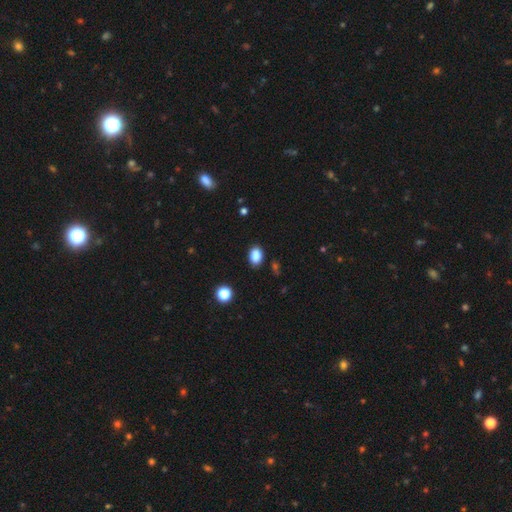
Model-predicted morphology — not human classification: type=smooth (87%); roundness=in between (78%); merging=none (85%).